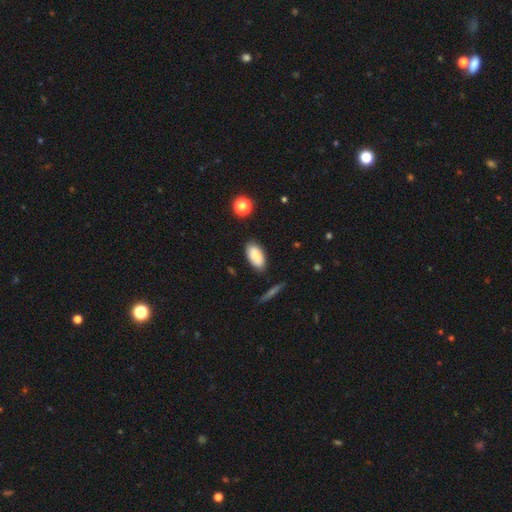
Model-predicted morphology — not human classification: type=smooth (81%); roundness=in between (92%); merging=none (82%).